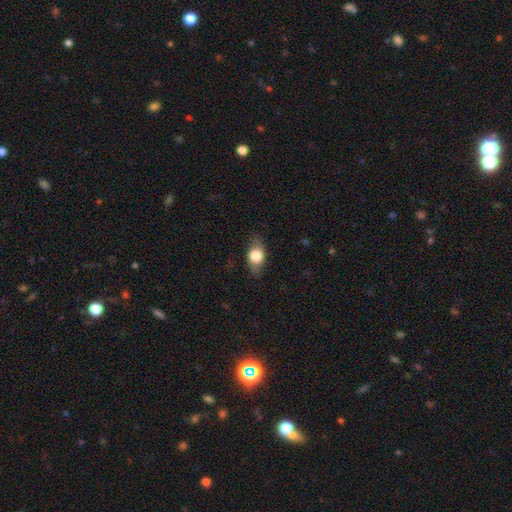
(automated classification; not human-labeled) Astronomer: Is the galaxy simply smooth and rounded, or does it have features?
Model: smooth — 69%.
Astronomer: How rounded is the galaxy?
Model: in between — 80%.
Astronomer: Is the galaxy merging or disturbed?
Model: none — 79%.